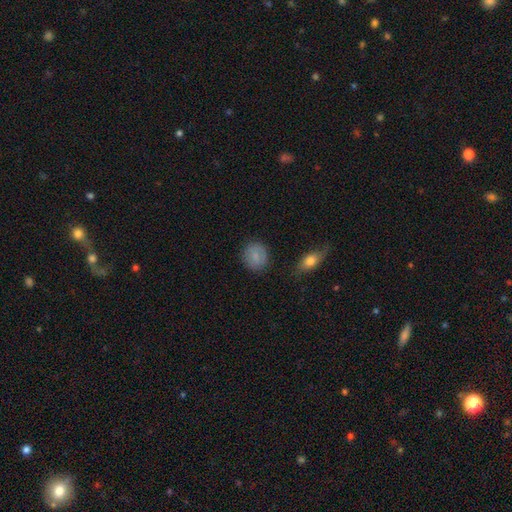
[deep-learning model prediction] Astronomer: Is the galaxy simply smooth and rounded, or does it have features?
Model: smooth — 82%.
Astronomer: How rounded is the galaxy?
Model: round — 80%.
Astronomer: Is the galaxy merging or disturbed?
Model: none — 84%.